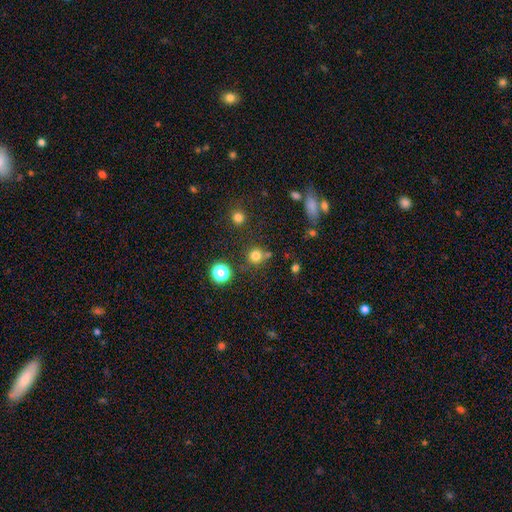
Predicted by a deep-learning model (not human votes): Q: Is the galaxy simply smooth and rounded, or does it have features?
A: smooth — 76%.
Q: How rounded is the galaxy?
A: round — 92%.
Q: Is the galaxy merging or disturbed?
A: none — 74%.